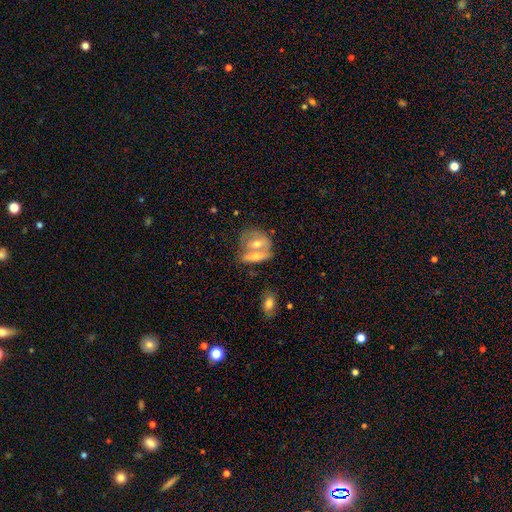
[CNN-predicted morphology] Q: Smooth or featured?
A: featured or disk (55%); runner-up: smooth (30%)
Q: Edge-on disk?
A: no (86%); runner-up: yes (14%)
Q: Merging?
A: none (45%); runner-up: merger (35%)